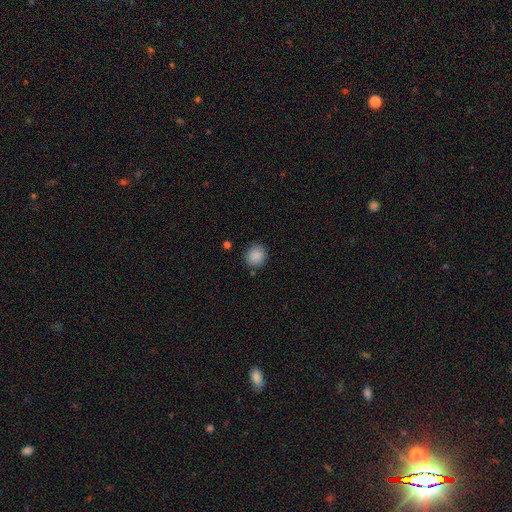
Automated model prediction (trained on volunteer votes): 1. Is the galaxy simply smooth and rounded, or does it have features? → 89% smooth, 8% star or artifact, 3% featured or disk.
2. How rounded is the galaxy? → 88% round, 11% in between, 1% cigar-shaped.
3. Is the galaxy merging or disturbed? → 87% none, 9% minor disturbance, 2% major disturbance, 2% merger.